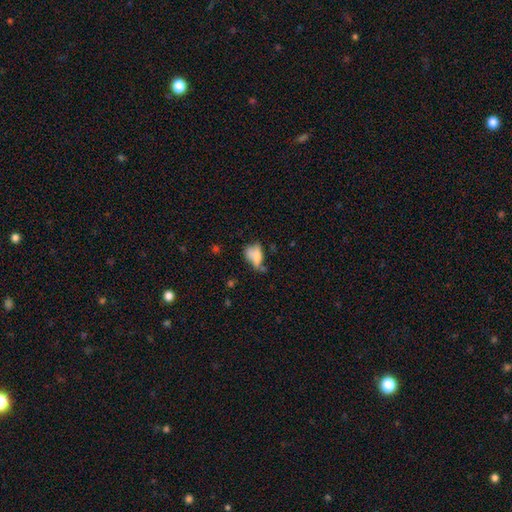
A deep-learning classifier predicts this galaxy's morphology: The model was most divided on "merging": none: 30%, minor disturbance: 27%, major disturbance: 26%, merger: 17%. More confident: how rounded — in between (80%); smooth or featured — smooth (62%).